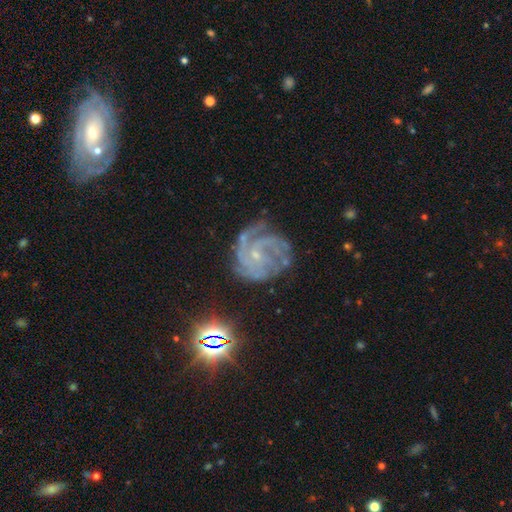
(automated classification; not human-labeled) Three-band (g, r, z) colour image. It shows a featured or disk galaxy (86%) with no bar (68%), 3 (38%) tight (57%) spiral arms (97%) and a small central bulge (81%). Merging: none (64%).